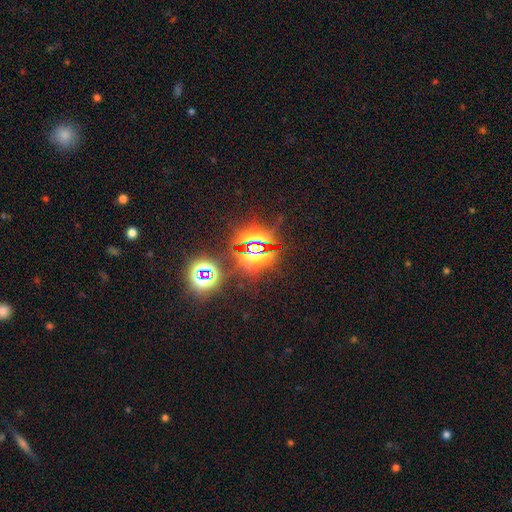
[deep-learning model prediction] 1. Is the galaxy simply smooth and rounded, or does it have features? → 83% star or artifact, 9% smooth, 7% featured or disk.